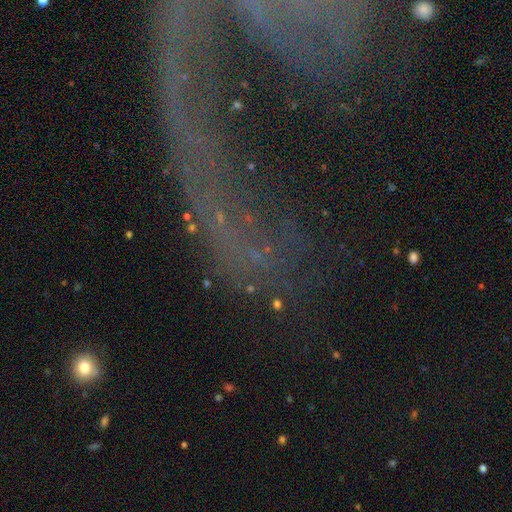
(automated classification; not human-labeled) A star or artifact, not a galaxy (47%).